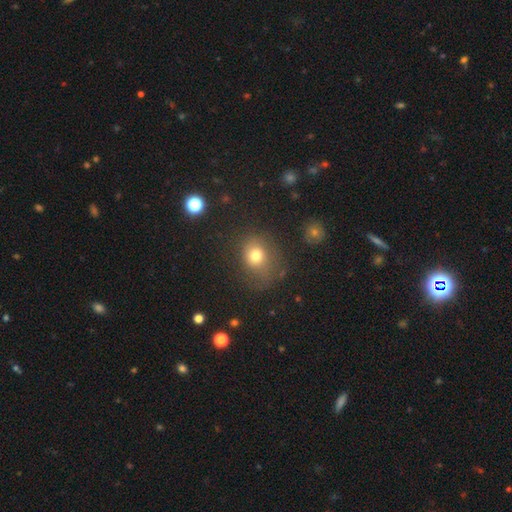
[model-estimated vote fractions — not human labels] This is likely a smooth galaxy (74%). How rounded: likely round (61%). Merging: likely none (62%).